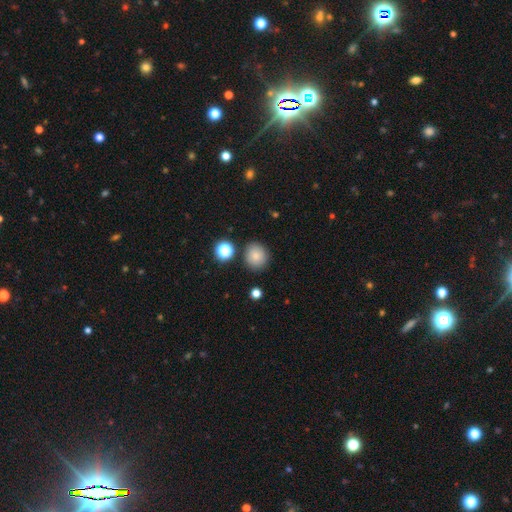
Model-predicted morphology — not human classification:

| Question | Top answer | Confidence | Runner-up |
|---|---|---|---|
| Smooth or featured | smooth | 82% | star or artifact (12%) |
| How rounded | round | 83% | in between (16%) |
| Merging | none | 84% | minor disturbance (9%) |